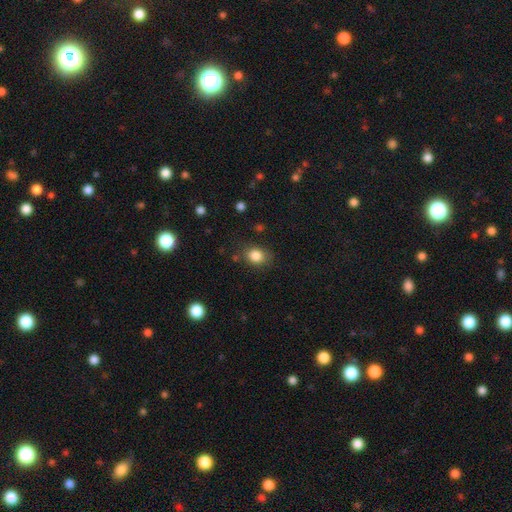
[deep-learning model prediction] smooth-or-featured: smooth: 84% | star or artifact: 10% | featured or disk: 6%
  how-rounded: in between: 52% | round: 47% | cigar-shaped: 1%
  merging: none: 77% | minor disturbance: 16% | major disturbance: 5% | merger: 3%